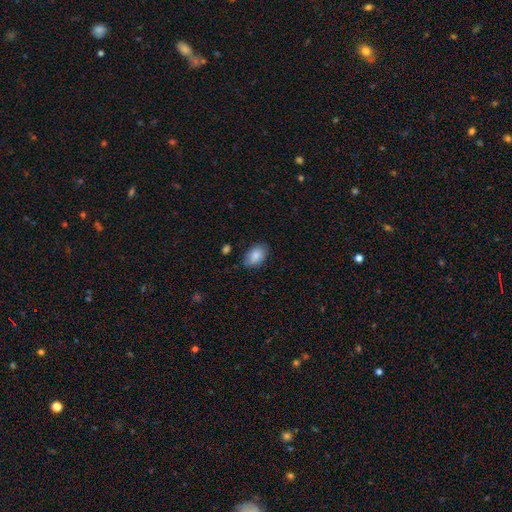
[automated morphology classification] The model was most divided on "merging": none: 78%, minor disturbance: 17%, major disturbance: 3%, merger: 2%. More confident: how rounded — in between (87%); smooth or featured — smooth (86%).